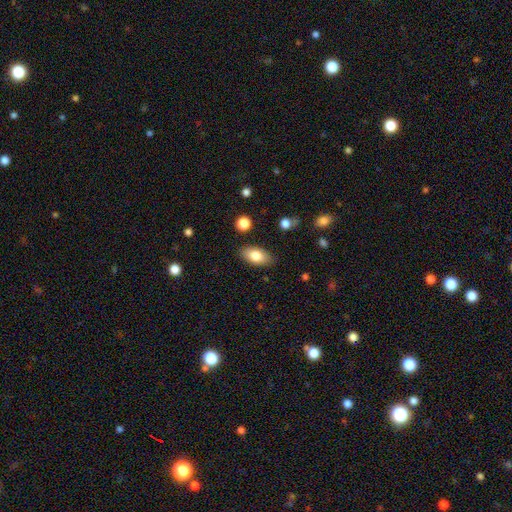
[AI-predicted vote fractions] A smooth galaxy with no disk features (79%) that is in between round and cigar-shaped (92%). Merging: none (86%).